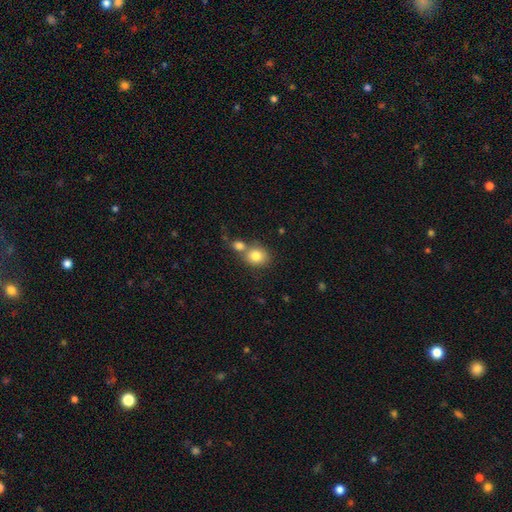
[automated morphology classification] smooth 82%, star or artifact 9%, featured or disk 9%. Down the decision tree: how rounded — round (68%); merging — none (46%).